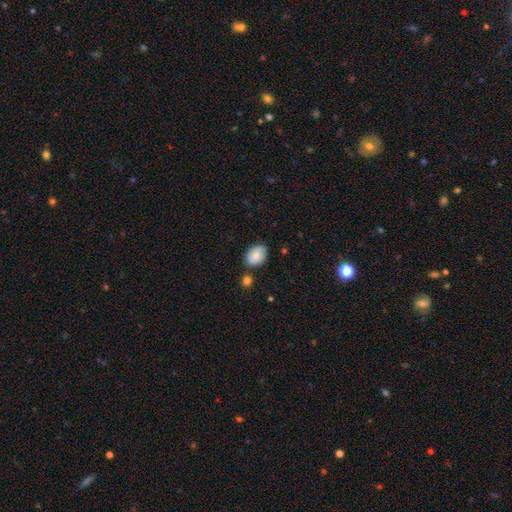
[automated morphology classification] This is likely a smooth galaxy (76%). How rounded: likely in between (76%). Merging: likely none (71%).